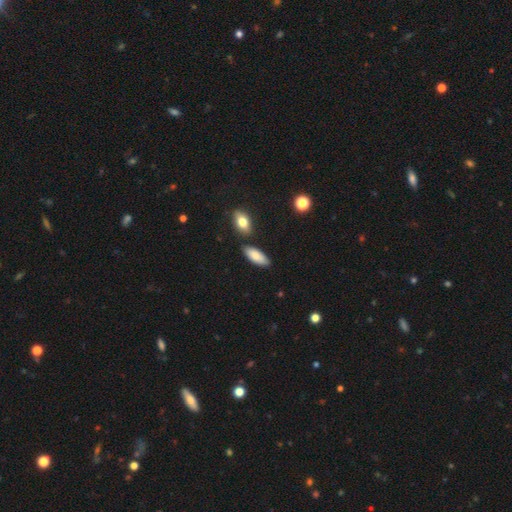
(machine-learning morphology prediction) Smooth or featured?
  - smooth: 81% *
  - featured or disk: 12%
  - star or artifact: 6%
How rounded?
  - in between: 80% *
  - cigar-shaped: 18%
  - round: 2%
Merging?
  - none: 78% *
  - minor disturbance: 12%
  - merger: 7%
  - major disturbance: 3%